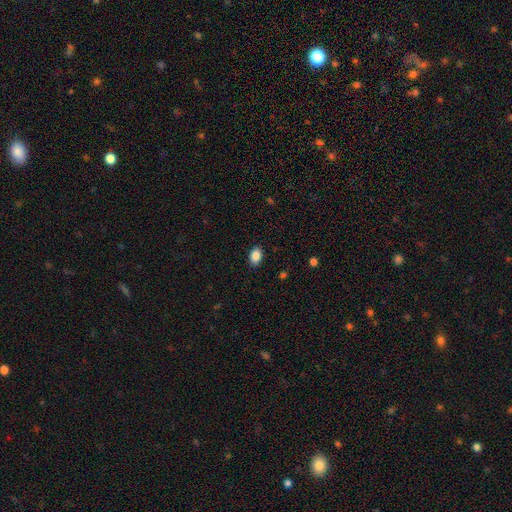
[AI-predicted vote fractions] Smooth or featured?
  - smooth: 88% *
  - star or artifact: 8%
  - featured or disk: 4%
How rounded?
  - in between: 83% *
  - round: 16%
  - cigar-shaped: 1%
Merging?
  - none: 89% *
  - minor disturbance: 8%
  - major disturbance: 2%
  - merger: 1%